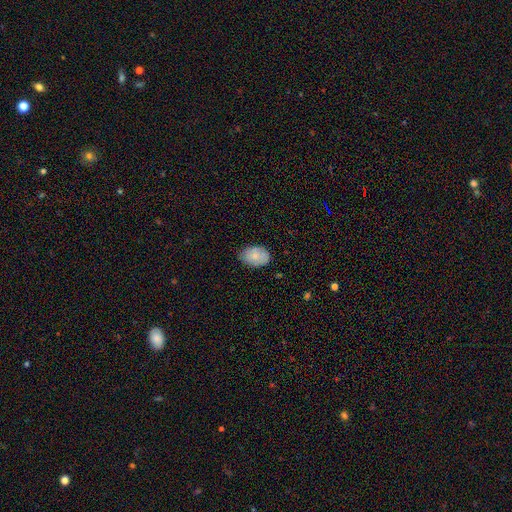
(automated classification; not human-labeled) Smooth or featured? smooth (78%)
How rounded? in between (87%)
Merging? none (76%)